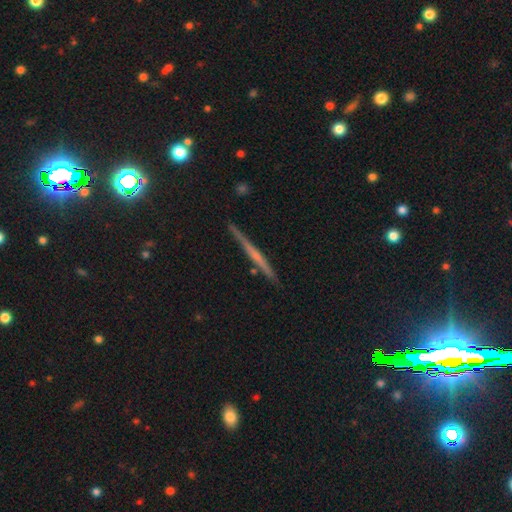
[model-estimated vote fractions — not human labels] The model was most divided on "smooth or featured": featured or disk: 59%, smooth: 34%, star or artifact: 7%. More confident: edge-on disk — yes (98%); merging — none (89%); edge-on bulge — none (77%).